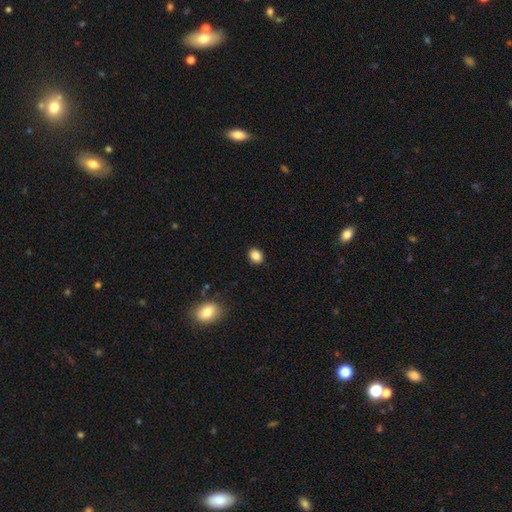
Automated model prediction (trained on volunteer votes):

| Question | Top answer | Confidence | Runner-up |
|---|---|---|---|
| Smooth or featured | smooth | 86% | star or artifact (10%) |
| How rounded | in between | 53% | round (46%) |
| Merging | none | 89% | minor disturbance (8%) |